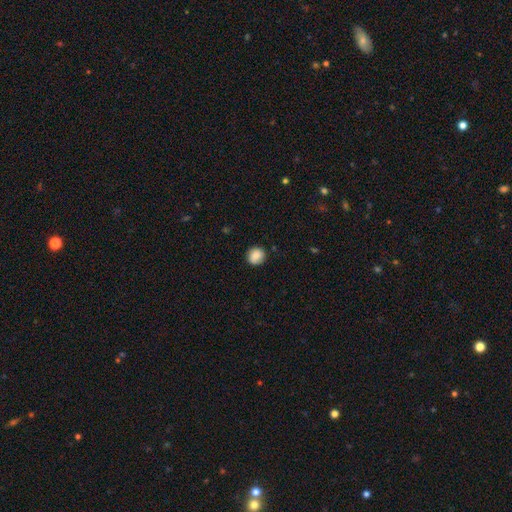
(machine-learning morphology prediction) Overall: smooth (82%). How rounded: round (88%). Merging: none (83%).